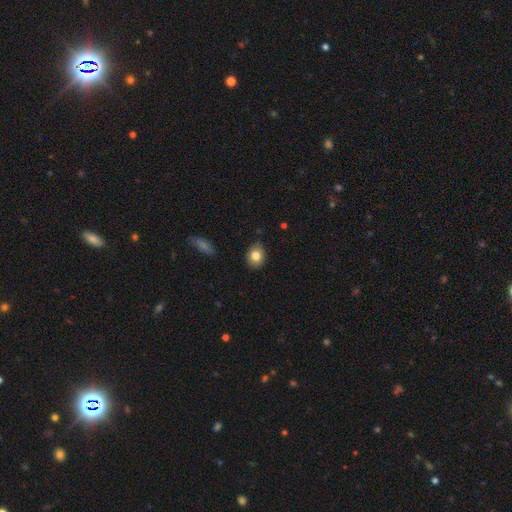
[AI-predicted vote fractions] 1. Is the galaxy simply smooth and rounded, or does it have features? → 82% smooth, 9% featured or disk, 9% star or artifact.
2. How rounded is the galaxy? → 54% round, 45% in between, 1% cigar-shaped.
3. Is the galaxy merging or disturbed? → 81% none, 15% minor disturbance, 2% major disturbance, 1% merger.